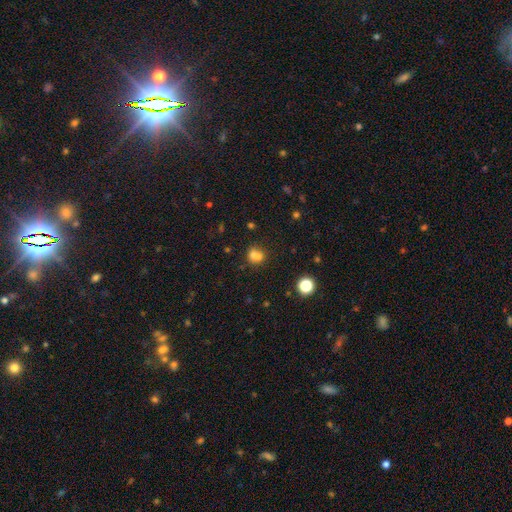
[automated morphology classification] smooth 68%, star or artifact 16%, featured or disk 16%. Down the decision tree: how rounded — round (76%); merging — merger (57%).